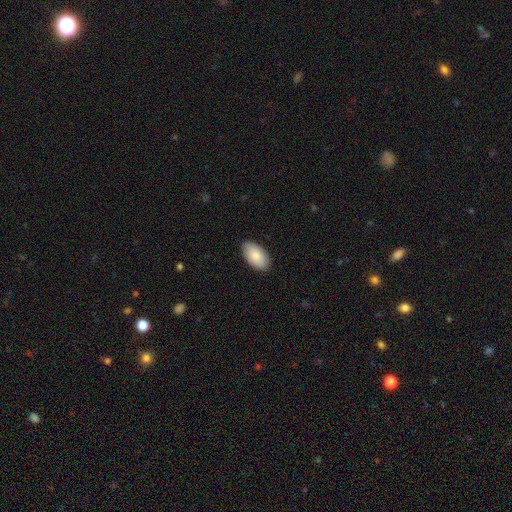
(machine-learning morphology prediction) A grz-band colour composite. It shows a smooth galaxy with no disk features (86%) that is in between round and cigar-shaped (95%). Merging: none (86%).